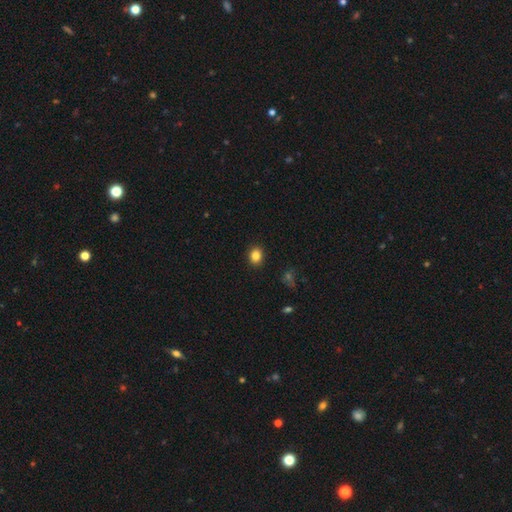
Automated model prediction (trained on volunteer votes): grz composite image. It shows a smooth galaxy with no disk features (84%) that is round (58%). Merging: none (90%).